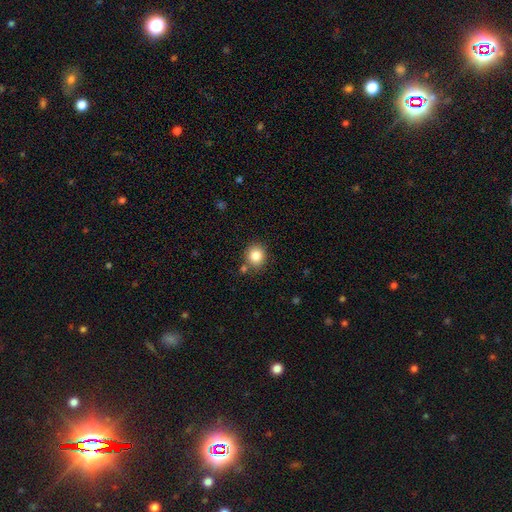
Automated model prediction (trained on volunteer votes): Smooth or featured? Predicted: smooth (p=0.84). How rounded? Predicted: round (p=0.84). Merging? Predicted: none (p=0.80).